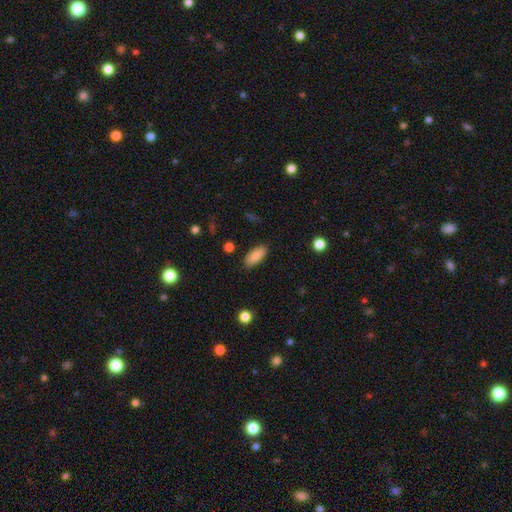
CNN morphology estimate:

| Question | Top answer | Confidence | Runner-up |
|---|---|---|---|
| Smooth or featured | smooth | 87% | star or artifact (7%) |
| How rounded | in between | 81% | cigar-shaped (17%) |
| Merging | none | 87% | minor disturbance (9%) |